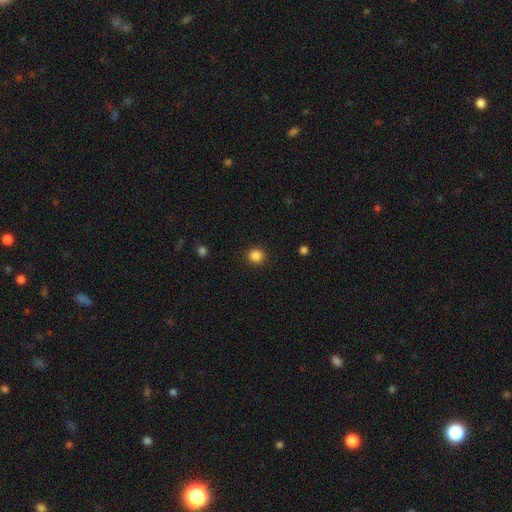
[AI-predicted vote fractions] Morphology: type=smooth (86%); roundness=round (90%); merging=none (90%).